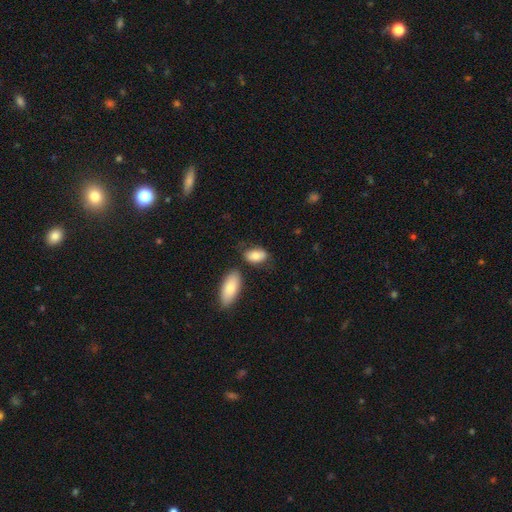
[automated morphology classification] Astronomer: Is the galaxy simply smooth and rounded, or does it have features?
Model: smooth — 81%.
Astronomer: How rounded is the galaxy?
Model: in between — 91%.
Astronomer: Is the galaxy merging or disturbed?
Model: none — 65%.